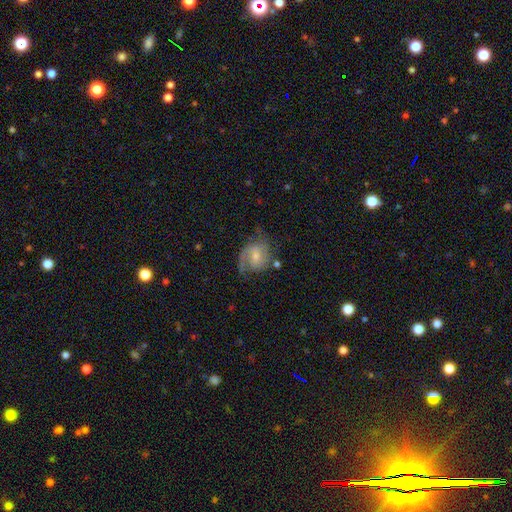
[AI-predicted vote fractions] Q: Smooth or featured?
A: featured or disk (70%); runner-up: smooth (23%)
Q: Edge-on disk?
A: no (97%); runner-up: yes (3%)
Q: Bar?
A: weak (46%); runner-up: no (44%)
Q: Spiral arms?
A: yes (90%); runner-up: no (10%)
Q: Spiral winding?
A: medium (47%); runner-up: loose (29%)
Q: Spiral arm count?
A: 2 (60%); runner-up: 1 (23%)
Q: Bulge size?
A: small (50%); runner-up: moderate (40%)
Q: Merging?
A: none (54%); runner-up: minor disturbance (24%)